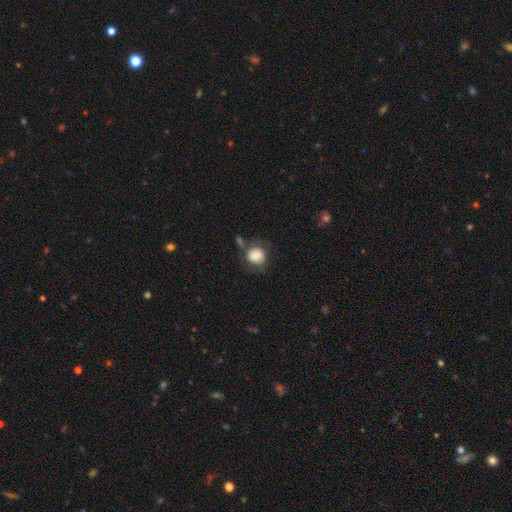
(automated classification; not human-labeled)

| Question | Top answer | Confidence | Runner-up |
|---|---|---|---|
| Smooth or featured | smooth | 78% | featured or disk (13%) |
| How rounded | round | 74% | in between (25%) |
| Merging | none | 51% | minor disturbance (24%) |